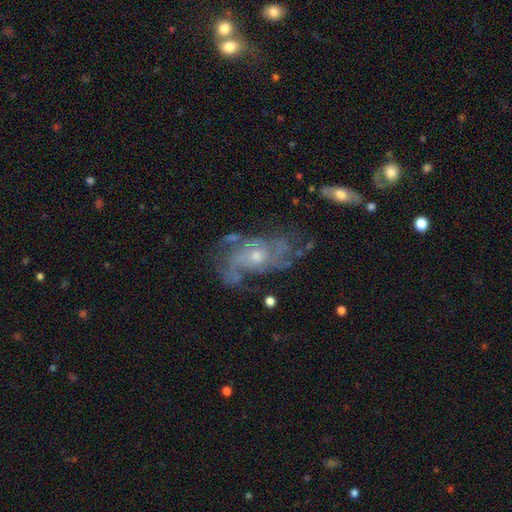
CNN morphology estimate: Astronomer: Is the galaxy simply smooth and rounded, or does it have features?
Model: featured or disk — 83%.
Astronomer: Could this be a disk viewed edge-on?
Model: no — 95%.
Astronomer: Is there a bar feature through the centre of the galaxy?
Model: no — 74%.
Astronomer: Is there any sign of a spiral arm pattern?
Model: yes — 90%.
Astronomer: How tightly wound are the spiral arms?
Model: medium — 43% (runner-up: tight, 39%).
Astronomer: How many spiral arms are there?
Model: can't tell — 33% (runner-up: 3, 22%).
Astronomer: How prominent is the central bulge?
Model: small — 50% (runner-up: moderate, 44%).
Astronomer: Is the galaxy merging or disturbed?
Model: none — 59%.